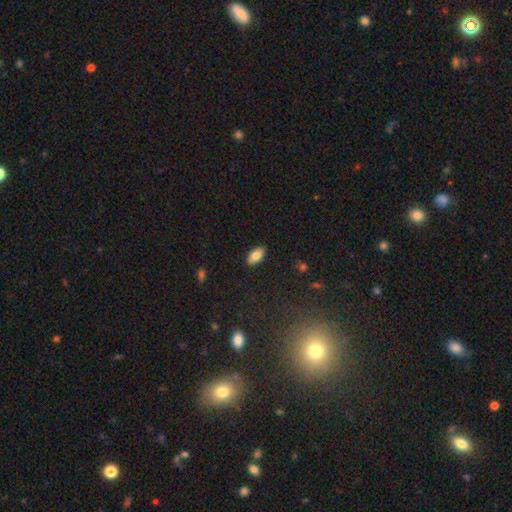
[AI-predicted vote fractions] smooth-or-featured: smooth: 82% | featured or disk: 11% | star or artifact: 7%
  how-rounded: in between: 93% | cigar-shaped: 5% | round: 3%
  merging: none: 89% | minor disturbance: 8% | major disturbance: 2% | merger: 1%